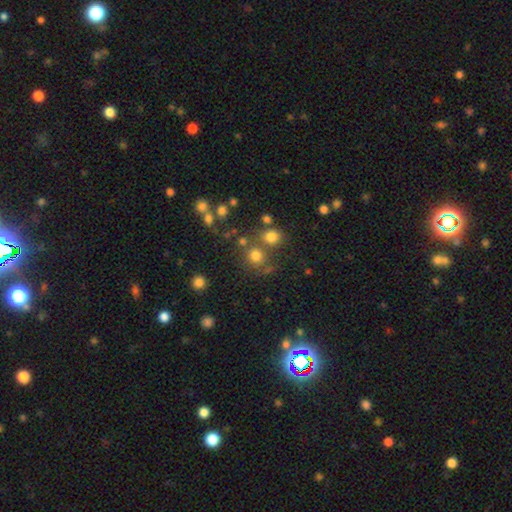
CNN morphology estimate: Q: Smooth or featured?
A: smooth (75%); runner-up: star or artifact (16%)
Q: How rounded?
A: round (87%); runner-up: in between (12%)
Q: Merging?
A: none (63%); runner-up: merger (22%)